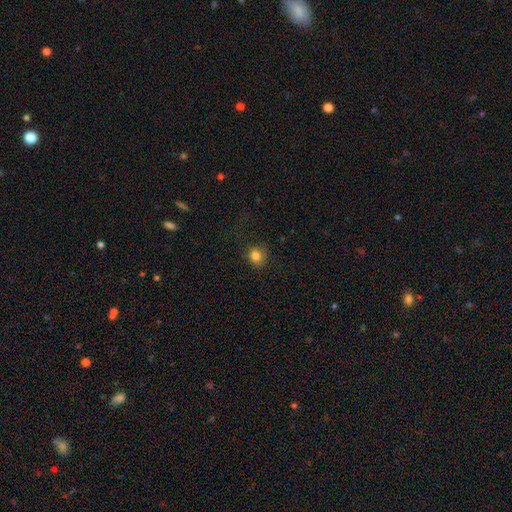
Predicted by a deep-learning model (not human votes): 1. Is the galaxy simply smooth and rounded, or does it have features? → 83% smooth, 12% star or artifact, 6% featured or disk.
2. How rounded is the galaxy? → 83% round, 16% in between, 1% cigar-shaped.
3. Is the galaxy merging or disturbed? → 77% none, 14% minor disturbance, 7% major disturbance, 1% merger.